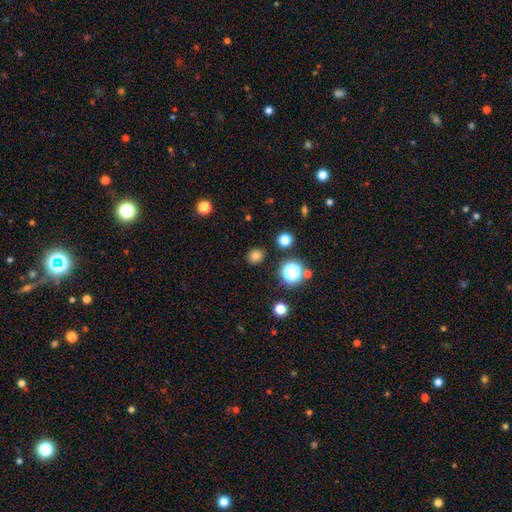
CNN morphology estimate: Overall: smooth (77%). How rounded: round (75%). Merging: none (87%).